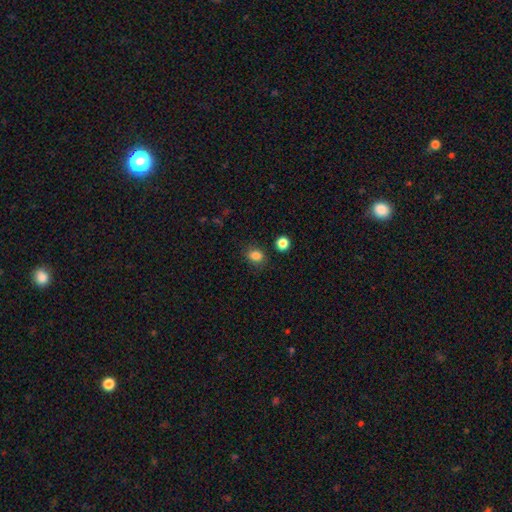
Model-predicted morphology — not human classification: Smooth or featured? Predicted: smooth (p=0.84). How rounded? Predicted: round (p=0.55). Merging? Predicted: none (p=0.81).